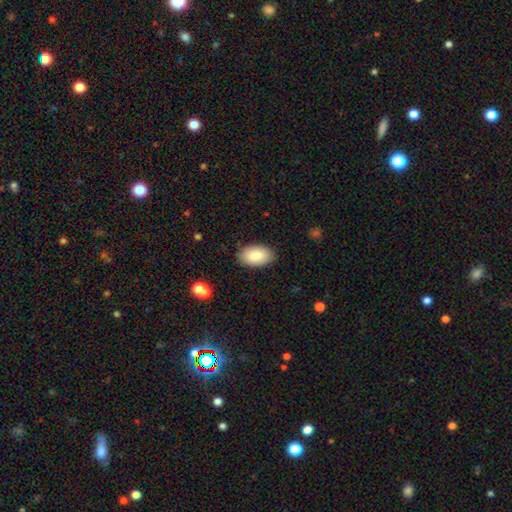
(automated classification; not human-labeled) Q: Smooth or featured?
A: smooth (84%); runner-up: featured or disk (10%)
Q: How rounded?
A: in between (94%); runner-up: round (4%)
Q: Merging?
A: none (86%); runner-up: minor disturbance (10%)